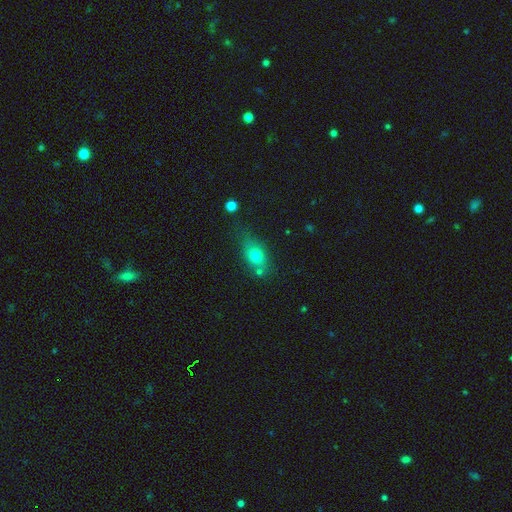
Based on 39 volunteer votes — Overall: smooth (79%). How rounded: in between (81%). Merging: none (43%; minor disturbance 38%).